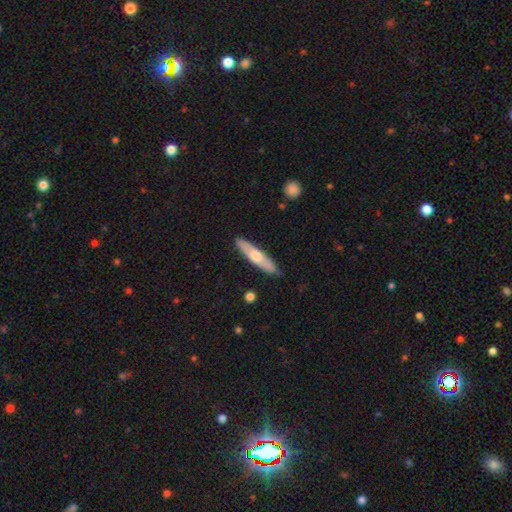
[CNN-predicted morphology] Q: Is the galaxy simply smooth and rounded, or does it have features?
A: smooth — 50%.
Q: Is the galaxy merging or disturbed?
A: none — 88%.